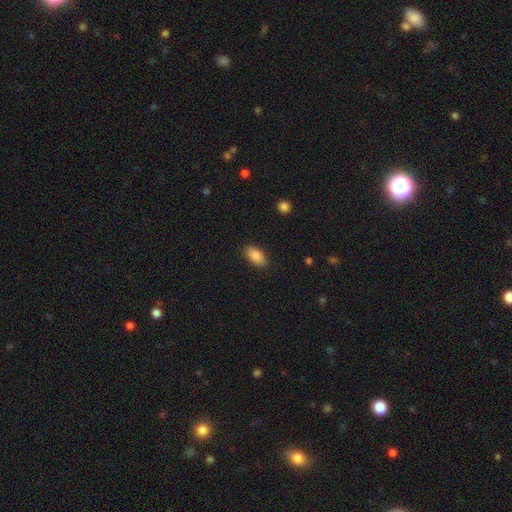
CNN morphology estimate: A smooth galaxy with no disk features (88%) that is in between round and cigar-shaped (92%). Merging: none (86%).